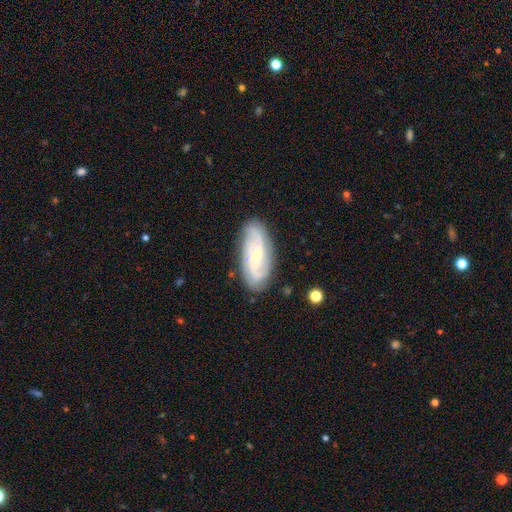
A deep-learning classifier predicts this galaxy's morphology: smooth_or_featured: featured or disk (p=0.75) [alt: smooth p=0.19]
disk_edge_on: no (p=0.93) [alt: yes p=0.07]
bar: no (p=0.61) [alt: weak p=0.31]
has_spiral_arms: yes (p=0.95) [alt: no p=0.05]
spiral_winding: medium (p=0.42) [alt: tight p=0.39]
spiral_arm_count: 2 (p=0.36) [alt: 3 p=0.28]
bulge_size: small (p=0.67) [alt: moderate p=0.27]
merging: none (p=0.83) [alt: minor disturbance p=0.13]